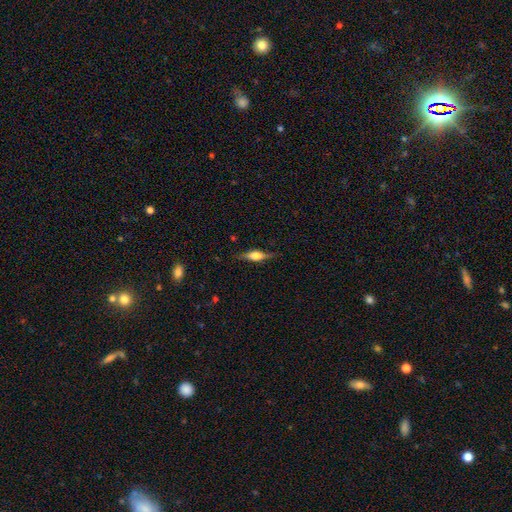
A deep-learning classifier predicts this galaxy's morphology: A featured or disk galaxy (59%) viewed edge-on (94%) with a rounded central bulge (84%).

Vote fractions:
- Smooth or featured? featured or disk: 59% / smooth: 34% / star or artifact: 7%
- Edge-on disk? yes: 94% / no: 6%
- Edge-on bulge? rounded: 84% / boxy: 14% / none: 2%
- Merging? none: 80% / minor disturbance: 15% / major disturbance: 4% / merger: 1%